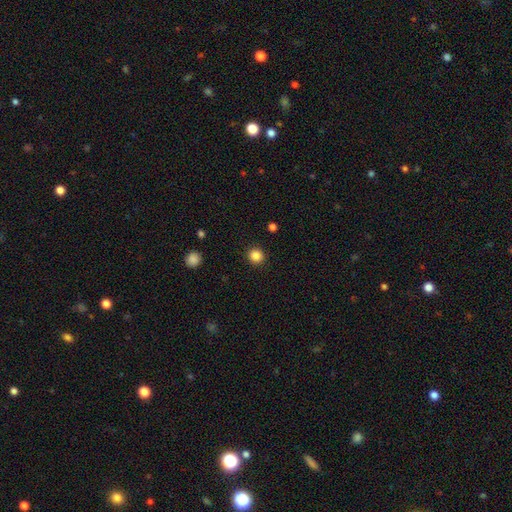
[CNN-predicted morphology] type=smooth (85%); roundness=round (92%); merging=none (92%).